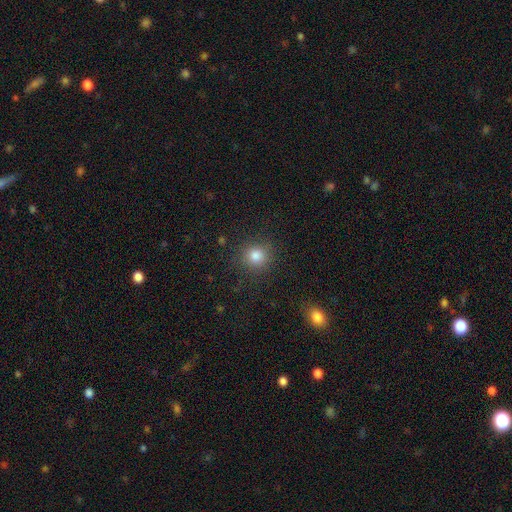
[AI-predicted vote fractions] Smooth or featured? smooth (82%)
How rounded? round (90%)
Merging? none (87%)